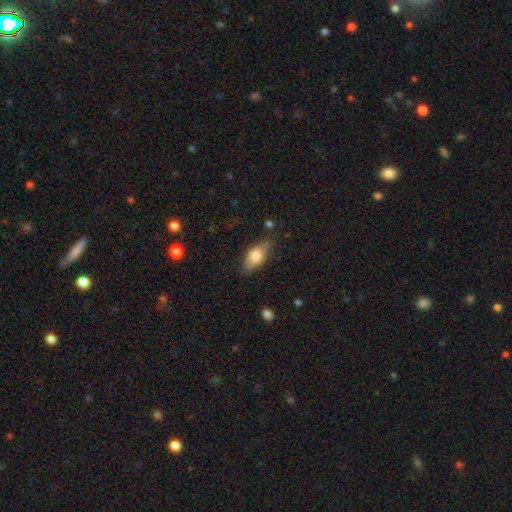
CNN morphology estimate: A smooth galaxy with no disk features (65%) that is in between round and cigar-shaped (79%). Merging: none (75%).